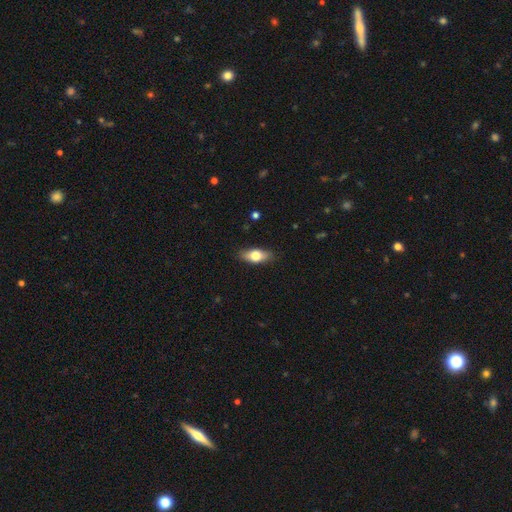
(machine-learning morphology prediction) Q: Smooth or featured?
A: smooth (68%); runner-up: featured or disk (25%)
Q: How rounded?
A: in between (79%); runner-up: cigar-shaped (16%)
Q: Merging?
A: none (85%); runner-up: minor disturbance (12%)